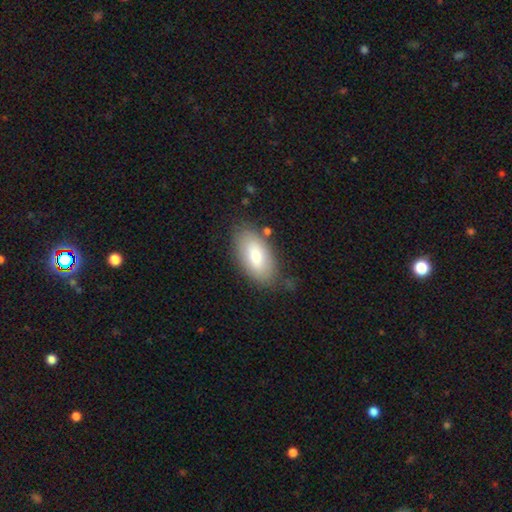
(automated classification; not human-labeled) Smooth or featured? Predicted: smooth (p=0.75). How rounded? Predicted: in between (p=0.93). Merging? Predicted: none (p=0.77).